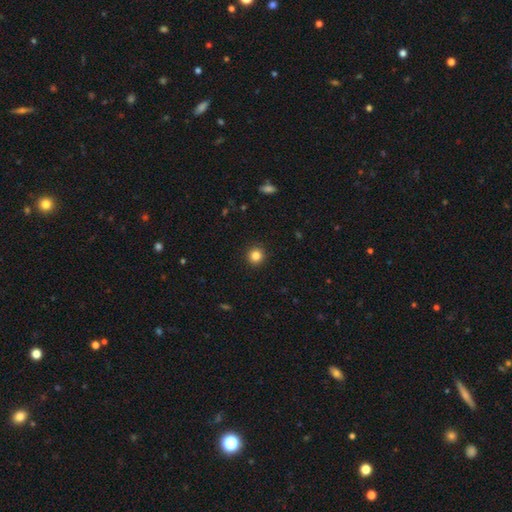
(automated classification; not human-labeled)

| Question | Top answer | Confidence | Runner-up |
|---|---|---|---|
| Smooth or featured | smooth | 83% | star or artifact (11%) |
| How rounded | round | 94% | in between (5%) |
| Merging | none | 92% | minor disturbance (5%) |